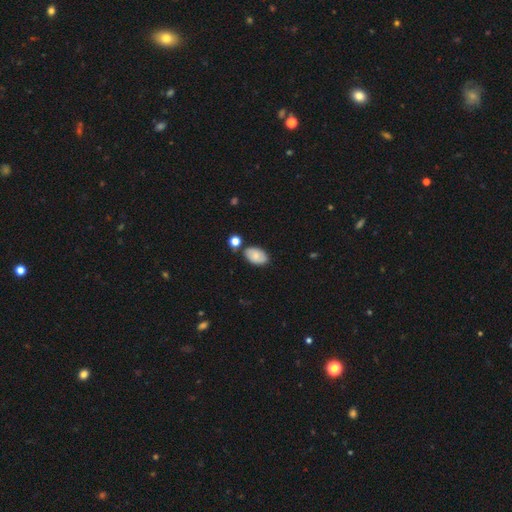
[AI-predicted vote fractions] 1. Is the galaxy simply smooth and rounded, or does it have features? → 74% smooth, 18% featured or disk, 8% star or artifact.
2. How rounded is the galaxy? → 91% in between, 7% round, 1% cigar-shaped.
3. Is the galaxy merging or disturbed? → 74% none, 15% minor disturbance, 8% merger, 3% major disturbance.